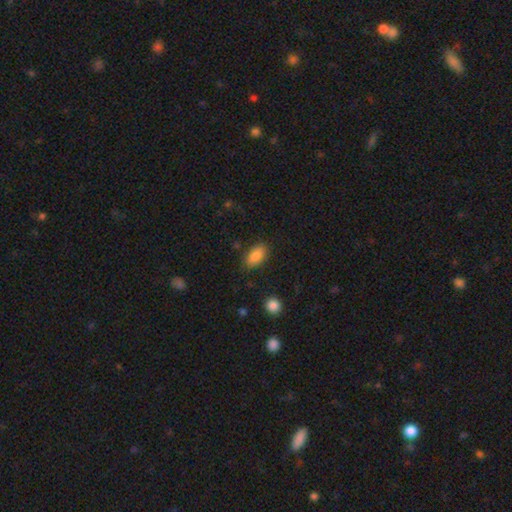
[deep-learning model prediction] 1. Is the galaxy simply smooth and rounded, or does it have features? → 87% smooth, 8% star or artifact, 6% featured or disk.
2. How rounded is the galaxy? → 91% in between, 5% round, 4% cigar-shaped.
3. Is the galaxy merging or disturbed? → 83% none, 13% minor disturbance, 3% major disturbance, 2% merger.